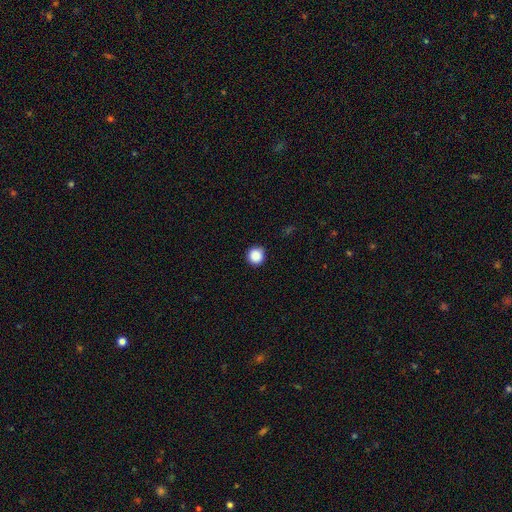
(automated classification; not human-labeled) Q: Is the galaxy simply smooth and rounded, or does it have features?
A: smooth — 88%.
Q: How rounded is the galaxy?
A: round — 95%.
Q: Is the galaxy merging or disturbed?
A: none — 90%.